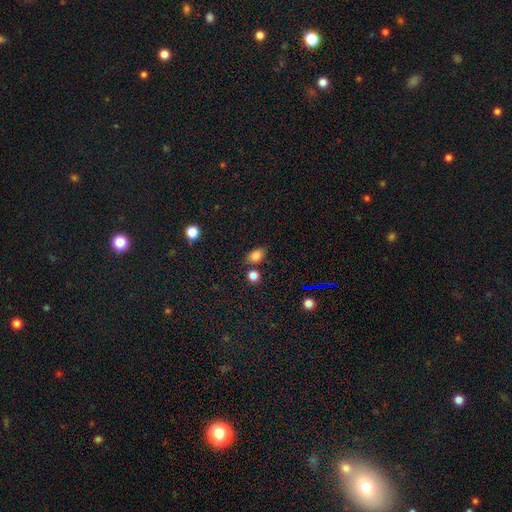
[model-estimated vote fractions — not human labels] Overall: smooth (83%). How rounded: in between (79%). Merging: none (72%).